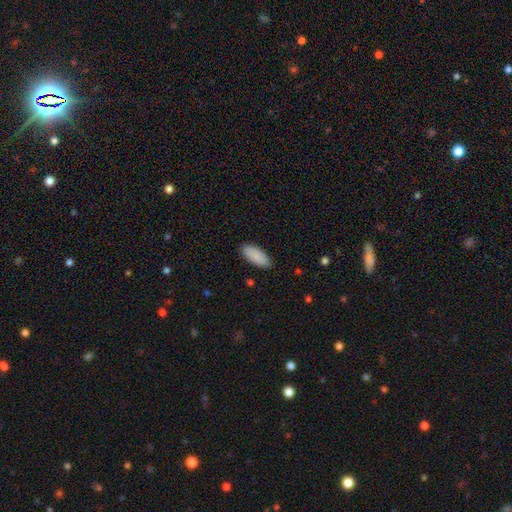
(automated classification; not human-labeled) Overall: smooth (89%). How rounded: in between (86%). Merging: none (87%).